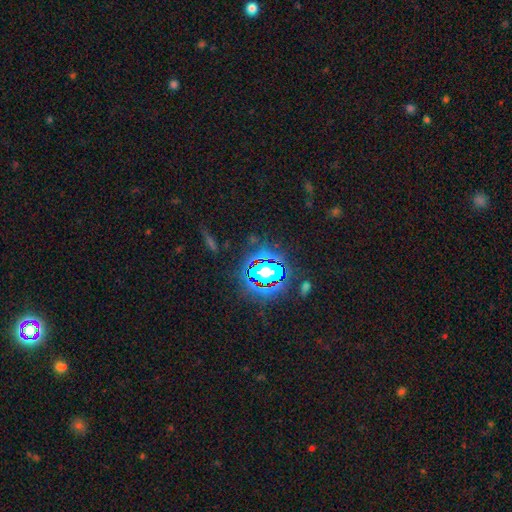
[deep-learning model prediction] Morphology: type=star or artifact (82%).